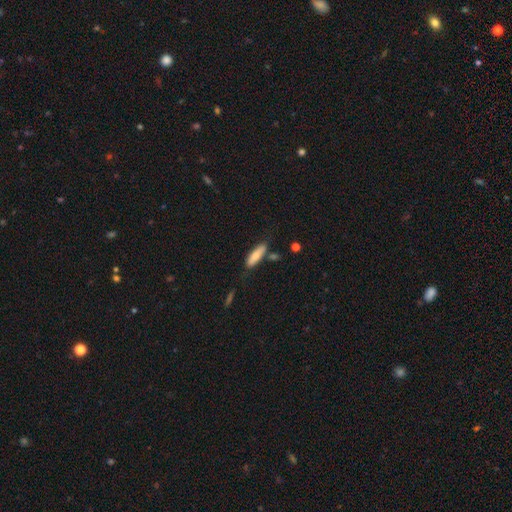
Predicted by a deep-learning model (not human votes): smooth_or_featured: smooth (p=0.71) [alt: featured or disk p=0.22]
how_rounded: cigar-shaped (p=0.55) [alt: in between p=0.43]
merging: none (p=0.74) [alt: minor disturbance p=0.16]